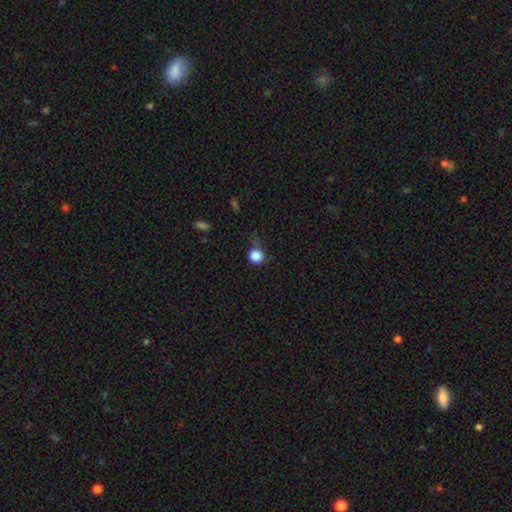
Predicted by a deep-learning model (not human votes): This appears to be a smooth galaxy with no disk features (85%) that is round (93%). Merging: none (62%).